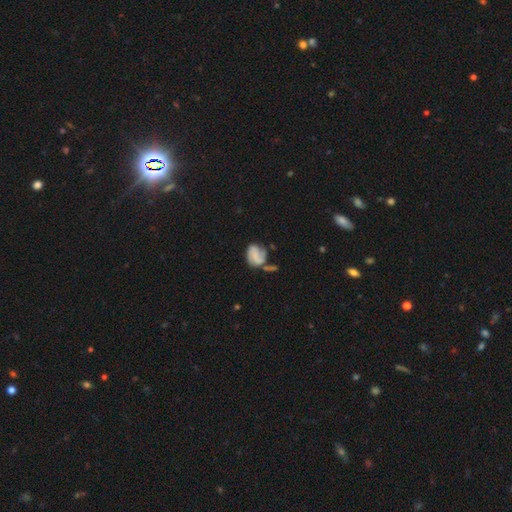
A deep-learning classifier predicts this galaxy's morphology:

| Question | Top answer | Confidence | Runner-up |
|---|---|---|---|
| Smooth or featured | featured or disk | 53% | smooth (38%) |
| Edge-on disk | no | 98% | yes (2%) |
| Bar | no | 61% | weak (29%) |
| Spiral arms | yes | 82% | no (18%) |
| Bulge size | none | 57% | small (29%) |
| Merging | none | 36% | minor disturbance (26%) |